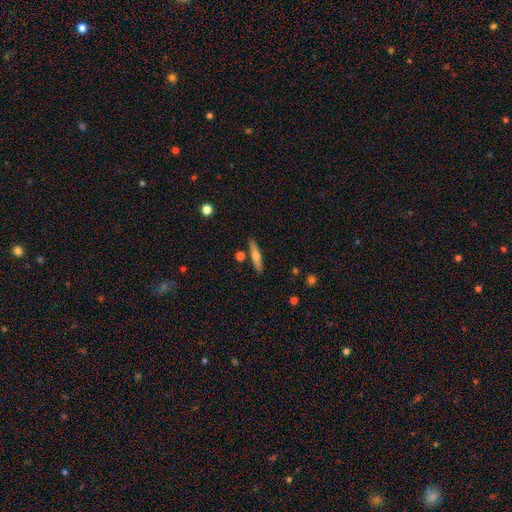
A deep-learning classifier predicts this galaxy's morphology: type=smooth (55%); roundness=cigar-shaped (86%); merging=none (85%).